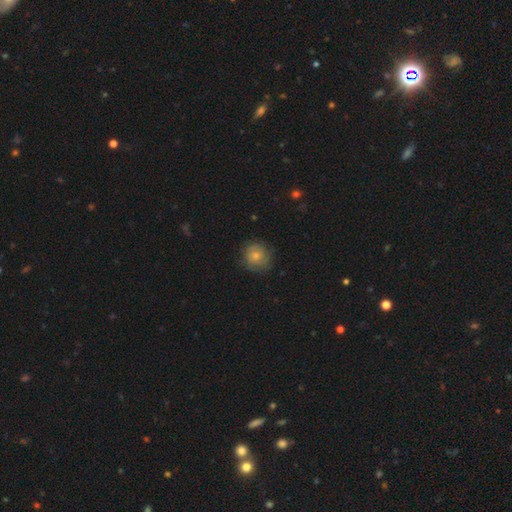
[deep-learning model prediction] The model was most divided on "smooth or featured": smooth: 72%, featured or disk: 19%, star or artifact: 8%. More confident: how rounded — round (88%); merging — none (75%).